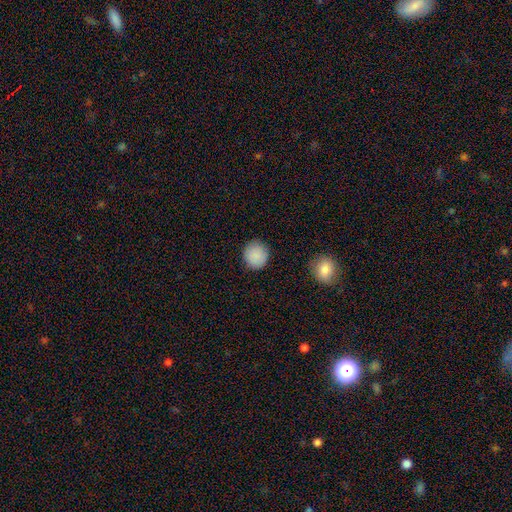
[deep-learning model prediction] This is clearly a smooth galaxy (88%). How rounded: clearly round (89%). Merging: clearly none (88%).